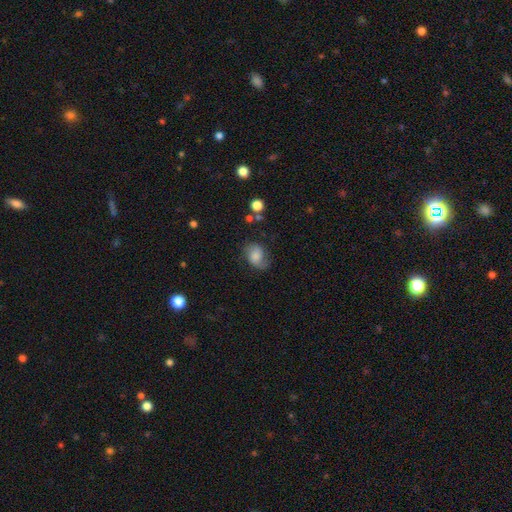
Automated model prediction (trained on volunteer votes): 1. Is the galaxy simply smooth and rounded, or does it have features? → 47% smooth, 43% featured or disk, 10% star or artifact.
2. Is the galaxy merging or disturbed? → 63% none, 24% minor disturbance, 11% major disturbance, 2% merger.